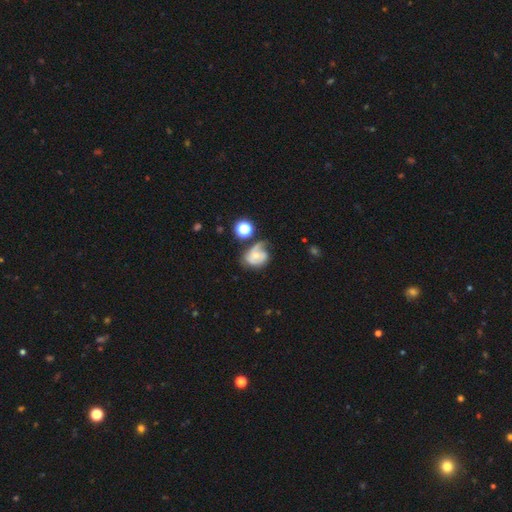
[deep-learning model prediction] This is likely a featured or disk galaxy (60%). It is clearly not viewed edge-on (97%). Bar: likely no (66%). Spiral arm pattern: clearly yes (82%). Central bulge: possibly small (55%). Merging: marginally none (36%).